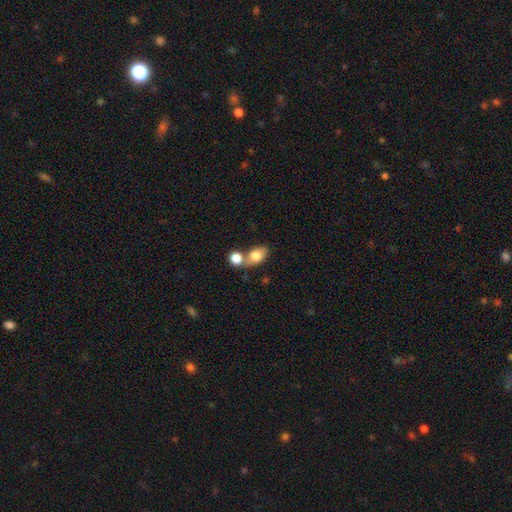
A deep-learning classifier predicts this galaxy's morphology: Smooth or featured: smooth — 78% (featured or disk — 14%)
How rounded: in between — 77% (round — 21%)
Merging: merger — 43% (none — 41%)